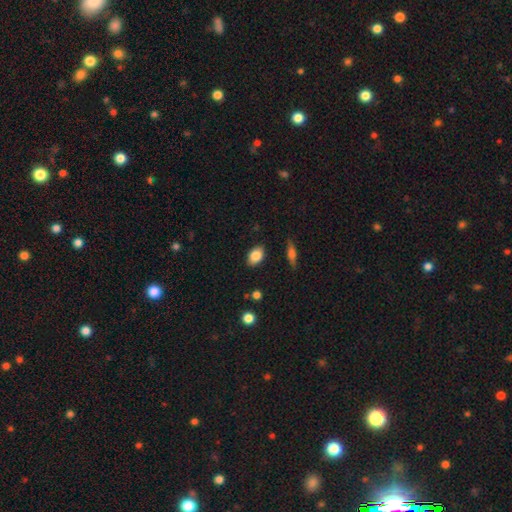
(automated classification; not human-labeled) smooth 83%, featured or disk 9%, star or artifact 8%. Down the decision tree: how rounded — in between (83%); merging — none (86%).